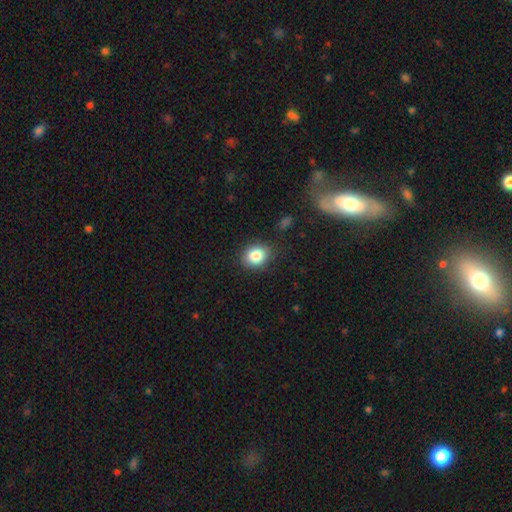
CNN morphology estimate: Smooth or featured? Predicted: smooth (p=0.84). How rounded? Predicted: round (p=0.51). Merging? Predicted: none (p=0.80).